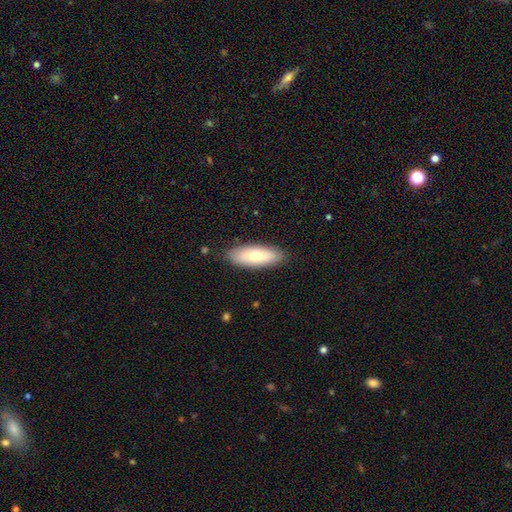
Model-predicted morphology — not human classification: type=smooth (71%); roundness=in between (71%); merging=none (87%).